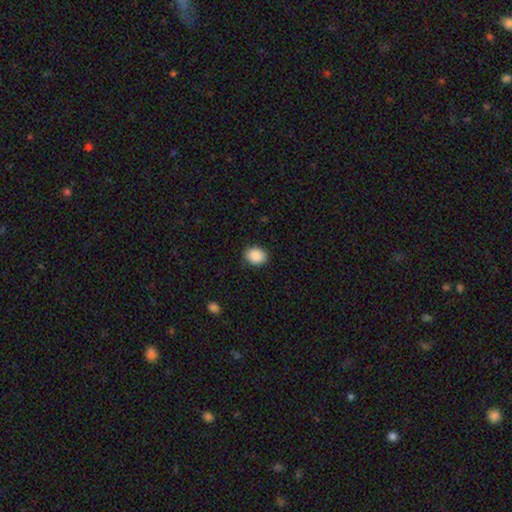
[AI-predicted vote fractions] Morphology: type=smooth (90%); roundness=in between (57%); merging=none (89%).